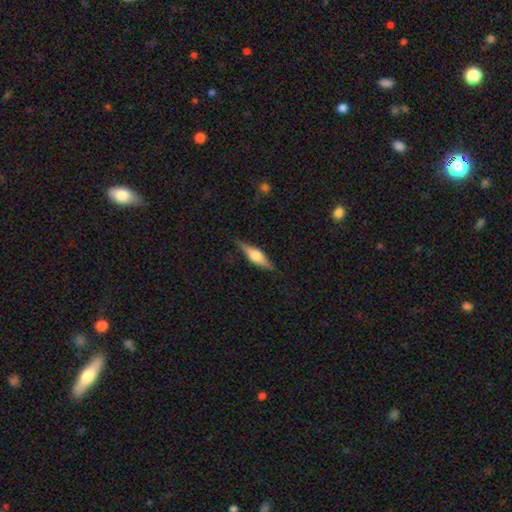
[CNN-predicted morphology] The model was most divided on "smooth or featured": featured or disk: 57%, smooth: 37%, star or artifact: 6%. More confident: edge-on disk — yes (95%); edge-on bulge — rounded (89%); merging — none (84%).